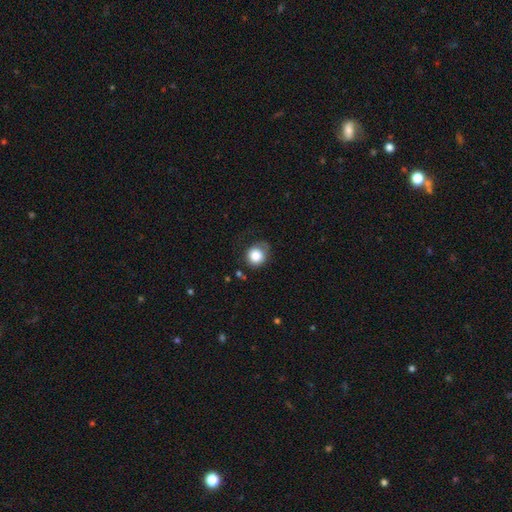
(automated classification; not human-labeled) Morphology: type=smooth (83%); roundness=round (85%); merging=none (60%).